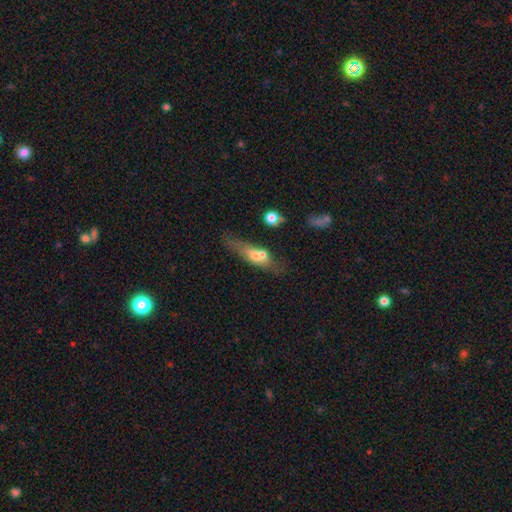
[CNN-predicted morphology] This is possibly a smooth galaxy (53%). How rounded: possibly in between (48%). Merging: marginally none (38%).